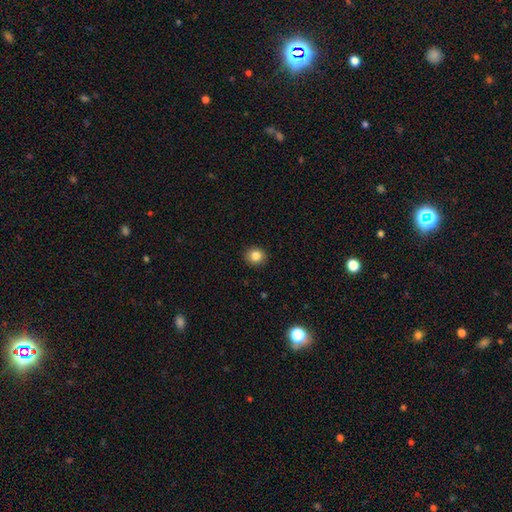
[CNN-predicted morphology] smooth_or_featured: smooth (p=0.84) [alt: star or artifact p=0.10]
how_rounded: round (p=0.83) [alt: in between p=0.16]
merging: none (p=0.91) [alt: minor disturbance p=0.06]